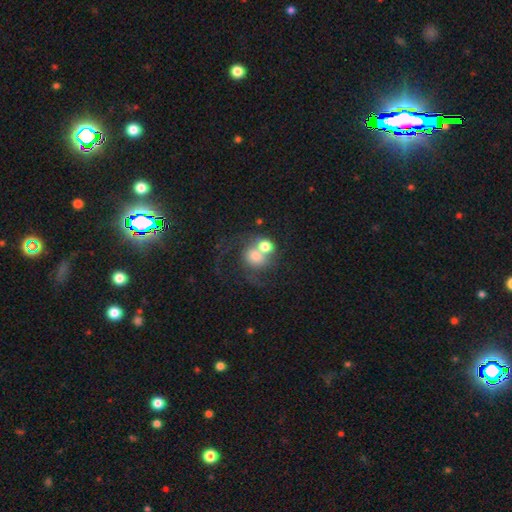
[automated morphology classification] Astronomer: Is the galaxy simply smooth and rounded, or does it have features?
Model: smooth — 51% (runner-up: featured or disk, 37%).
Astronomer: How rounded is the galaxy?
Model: round — 69%.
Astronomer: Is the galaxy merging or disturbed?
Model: merger — 51%.